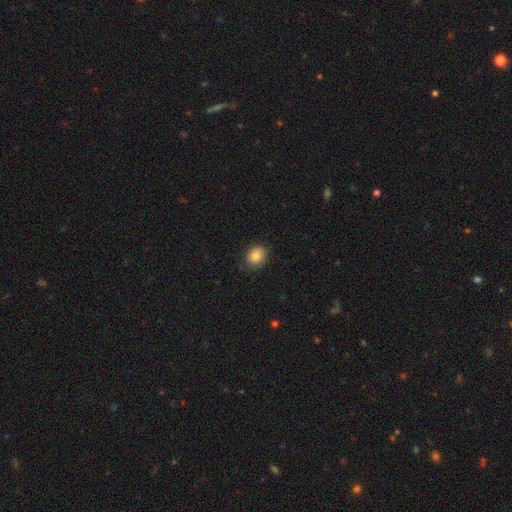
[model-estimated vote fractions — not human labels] This is clearly a smooth galaxy (82%). How rounded: likely round (64%). Merging: likely none (76%).